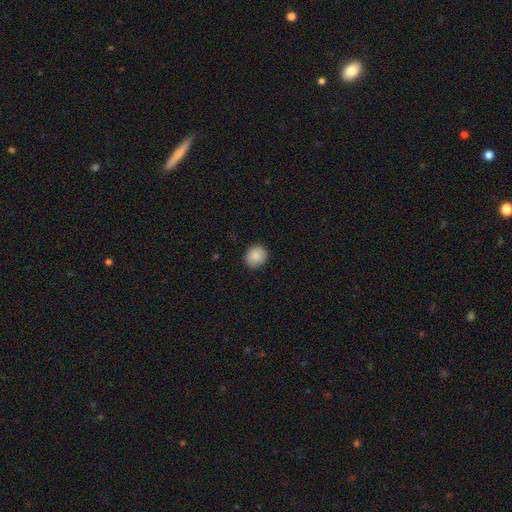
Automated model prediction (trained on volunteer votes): smooth_or_featured: smooth (p=0.88) [alt: star or artifact p=0.08]
how_rounded: round (p=0.74) [alt: in between p=0.25]
merging: none (p=0.87) [alt: minor disturbance p=0.10]